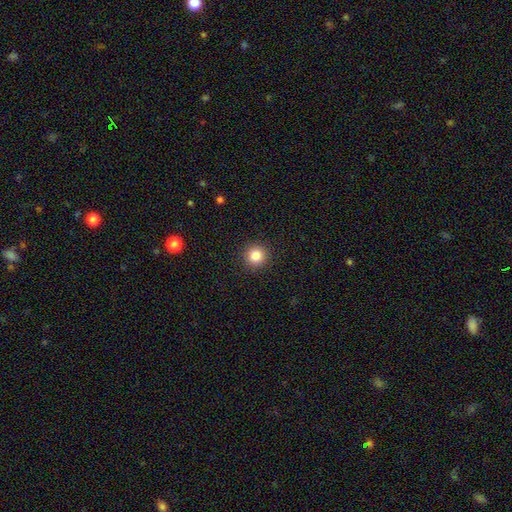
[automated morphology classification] type=smooth (84%); roundness=round (95%); merging=none (92%).